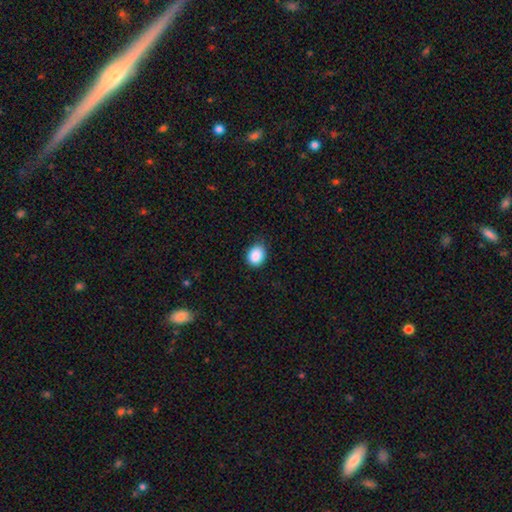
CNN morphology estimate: Smooth or featured: smooth — 88% (star or artifact — 8%)
How rounded: in between — 52% (round — 47%)
Merging: none — 82% (minor disturbance — 14%)